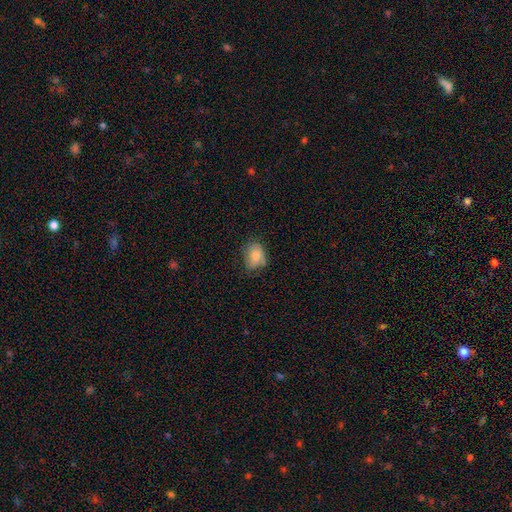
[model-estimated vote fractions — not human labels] Overall: smooth (80%). How rounded: in between (64%; round 35%). Merging: none (62%; minor disturbance 29%).